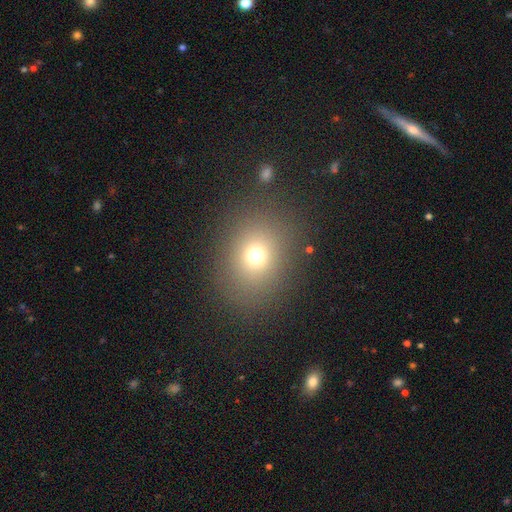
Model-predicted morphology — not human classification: smooth 72%, star or artifact 18%, featured or disk 11%. Down the decision tree: how rounded — round (55%); merging — none (83%).